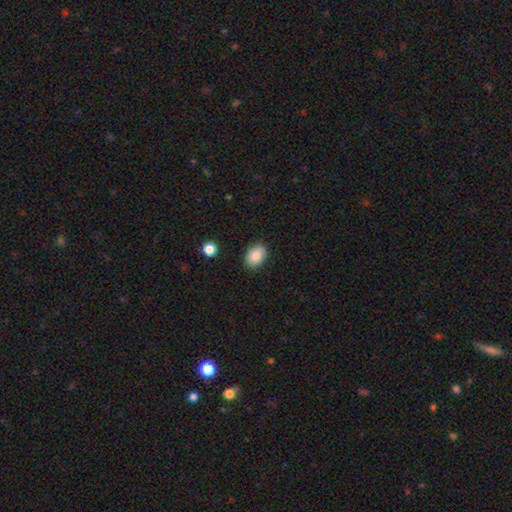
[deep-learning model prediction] Smooth or featured? smooth (87%)
How rounded? in between (80%)
Merging? none (84%)